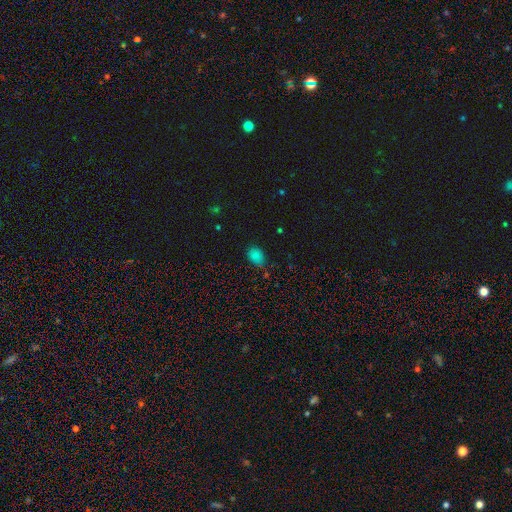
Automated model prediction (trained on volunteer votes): smooth_or_featured: smooth (p=0.80) [alt: star or artifact p=0.16]
how_rounded: in between (p=0.72) [alt: round p=0.27]
merging: none (p=0.74) [alt: minor disturbance p=0.19]